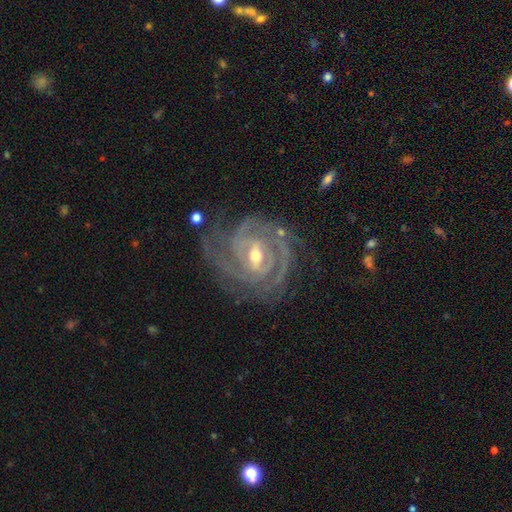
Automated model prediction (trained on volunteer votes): A featured or disk galaxy (92%) with a weak bar (46%), 3 (31%) tight (73%) spiral arms (98%) and a moderate central bulge (58%).

Vote fractions:
- Smooth or featured? featured or disk: 92% / star or artifact: 5% / smooth: 4%
- Edge-on disk? no: 97% / yes: 3%
- Bar? weak: 46% / strong: 39% / no: 15%
- Spiral arms? yes: 98% / no: 2%
- Spiral winding? tight: 73% / medium: 24% / loose: 4%
- Spiral arm count? 3: 31% / 2: 25% / can't tell: 17% / 4: 15% / more than 4: 6% / 1: 6%
- Bulge size? moderate: 58% / small: 38% / large: 3% / none: 1% / dominant: 1%
- Merging? none: 71% / minor disturbance: 18% / major disturbance: 9% / merger: 2%